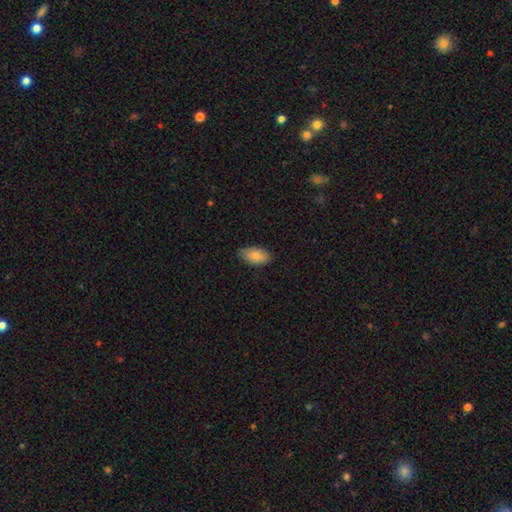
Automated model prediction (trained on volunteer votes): This appears to be a smooth galaxy with no disk features (84%) that is in between round and cigar-shaped (94%). Merging: none (80%).